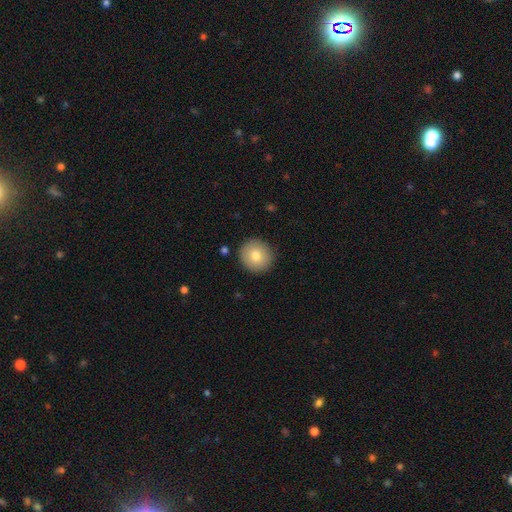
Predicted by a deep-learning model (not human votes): The model was most divided on "smooth or featured": smooth: 79%, featured or disk: 13%, star or artifact: 8%. More confident: how rounded — round (93%); merging — none (90%).